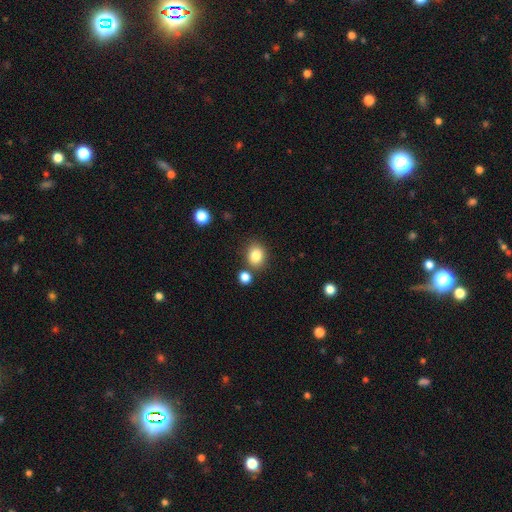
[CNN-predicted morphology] Smooth or featured?
  - smooth: 84% *
  - star or artifact: 11%
  - featured or disk: 6%
How rounded?
  - round: 66% *
  - in between: 33%
  - cigar-shaped: 1%
Merging?
  - none: 77% *
  - minor disturbance: 10%
  - merger: 10%
  - major disturbance: 3%